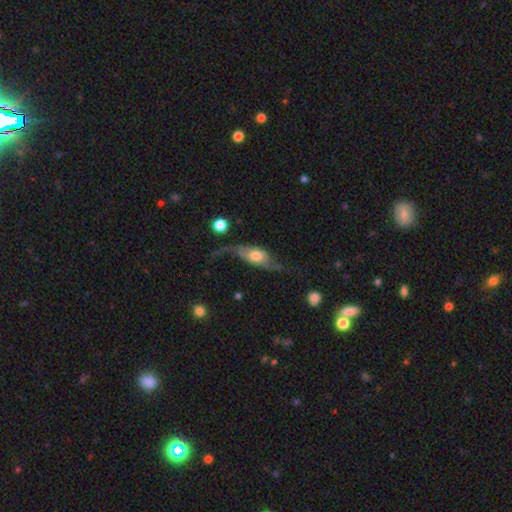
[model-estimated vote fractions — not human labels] Overall: featured or disk (70%). Edge-on disk: no (74%). Bar: no (62%; weak 29%). Spiral arms: yes (87%). Bulge size: moderate (51%; large 25%). Merging: none (46%; major disturbance 27%).